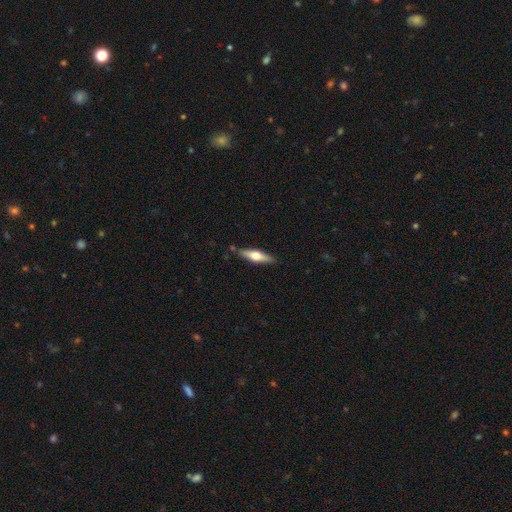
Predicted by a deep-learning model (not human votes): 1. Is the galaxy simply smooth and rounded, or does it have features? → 52% featured or disk, 42% smooth, 5% star or artifact.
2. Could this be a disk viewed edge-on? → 93% yes, 7% no.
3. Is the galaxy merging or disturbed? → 86% none, 10% minor disturbance, 2% merger, 2% major disturbance.